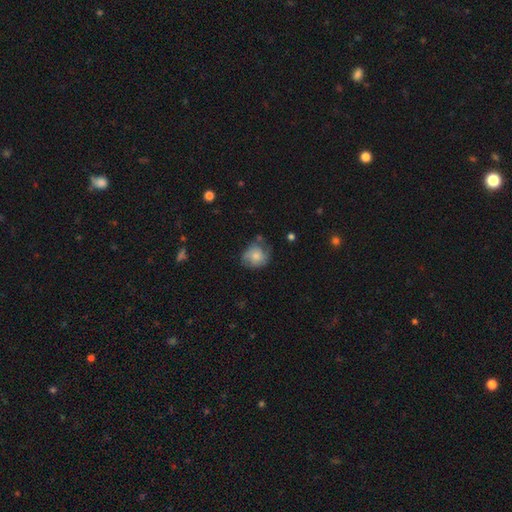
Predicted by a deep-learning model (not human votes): smooth 71%, featured or disk 21%, star or artifact 8%. Down the decision tree: how rounded — round (73%); merging — none (56%).